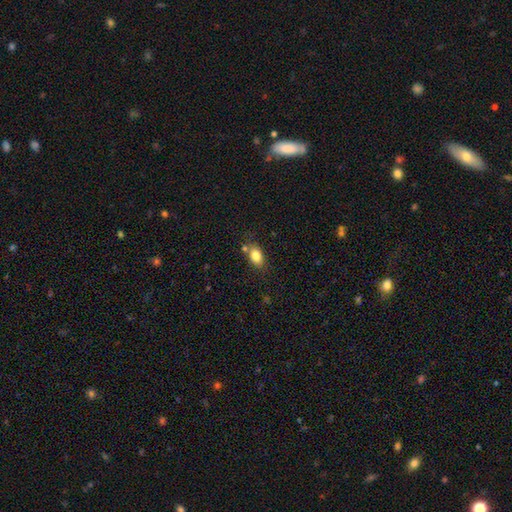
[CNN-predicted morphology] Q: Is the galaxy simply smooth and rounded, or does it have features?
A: smooth — 81%.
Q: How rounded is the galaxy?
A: in between — 83%.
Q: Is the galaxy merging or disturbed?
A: none — 70%.